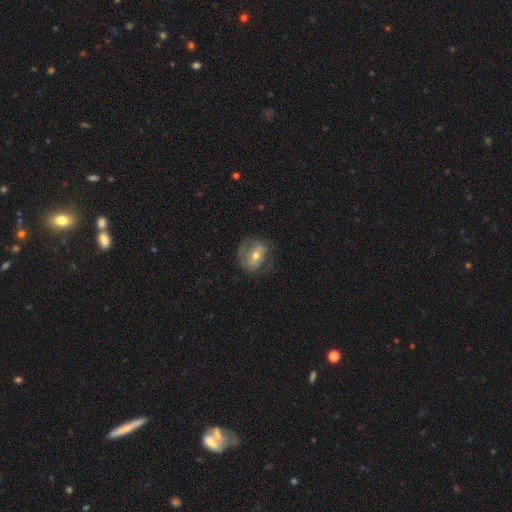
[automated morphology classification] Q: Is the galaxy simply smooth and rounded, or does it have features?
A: featured or disk — 57%.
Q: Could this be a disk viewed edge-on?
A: no — 96%.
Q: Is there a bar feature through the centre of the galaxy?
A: no — 45%.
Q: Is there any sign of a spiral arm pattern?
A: yes — 70%.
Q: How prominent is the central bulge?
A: moderate — 67%.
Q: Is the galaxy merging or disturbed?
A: none — 58%.